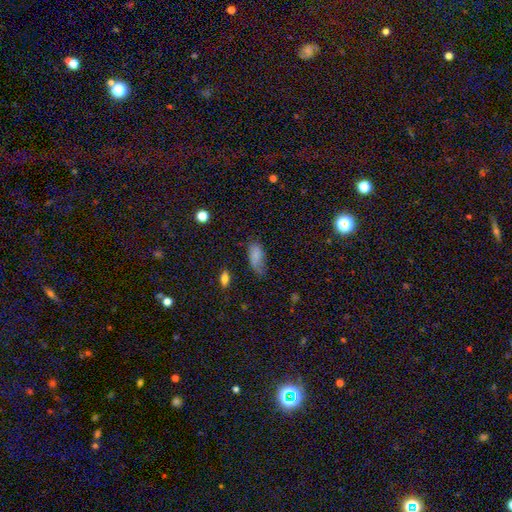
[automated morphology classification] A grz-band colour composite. It shows a smooth galaxy with no disk features (78%) that is in between round and cigar-shaped (88%). Merging: none (46%).